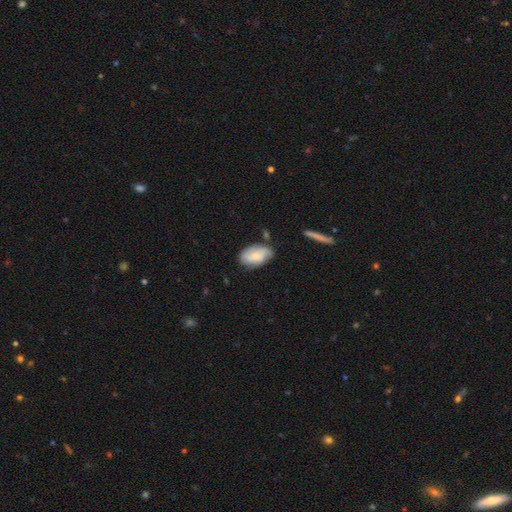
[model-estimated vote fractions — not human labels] Morphology: type=smooth (58%); roundness=in between (92%); merging=none (62%).